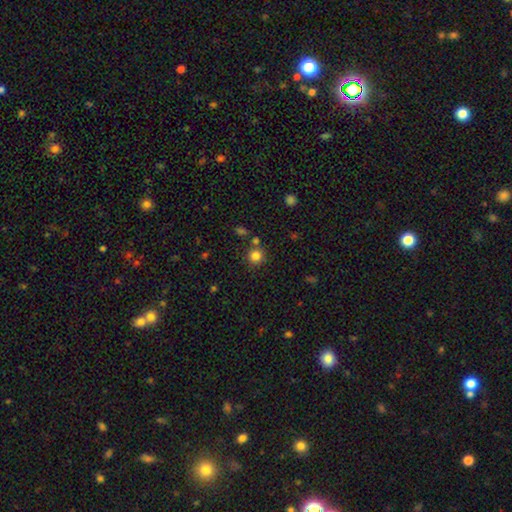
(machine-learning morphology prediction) Smooth or featured: smooth — 82% (star or artifact — 13%)
How rounded: round — 91% (in between — 8%)
Merging: none — 76% (merger — 10%)